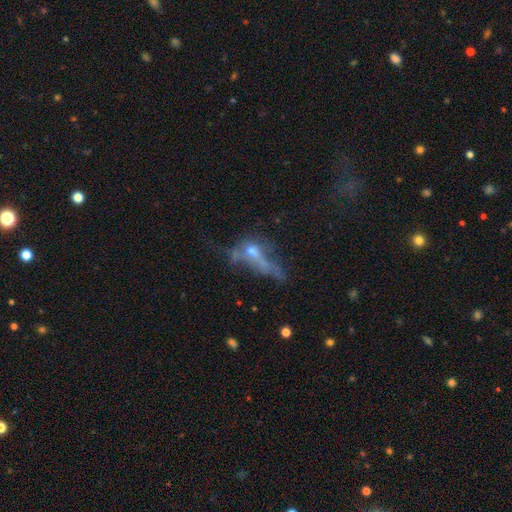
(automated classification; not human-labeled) Overall: featured or disk (46%; smooth 34%). Merging: major disturbance (42%; none 27%).